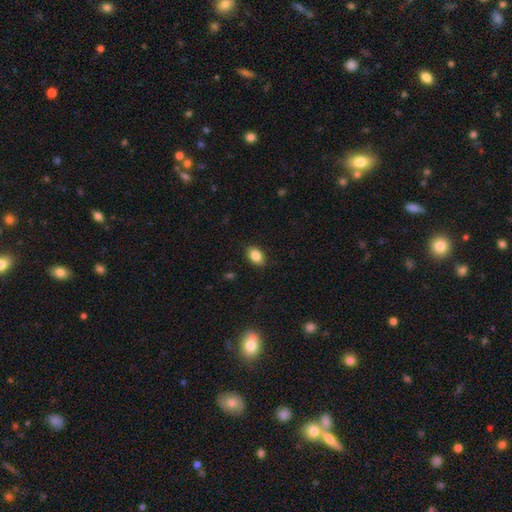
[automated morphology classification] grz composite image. It shows a smooth galaxy with no disk features (85%) that is in between round and cigar-shaped (86%). Merging: none (87%).